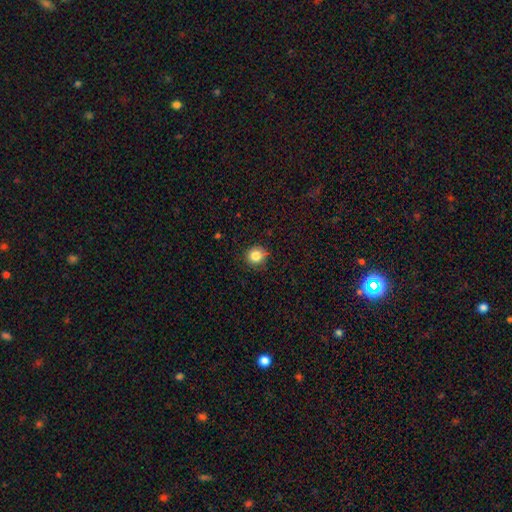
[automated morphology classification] Smooth or featured?
  - smooth: 84% *
  - star or artifact: 11%
  - featured or disk: 5%
How rounded?
  - round: 89% *
  - in between: 10%
  - cigar-shaped: 1%
Merging?
  - none: 86% *
  - minor disturbance: 11%
  - major disturbance: 2%
  - merger: 1%